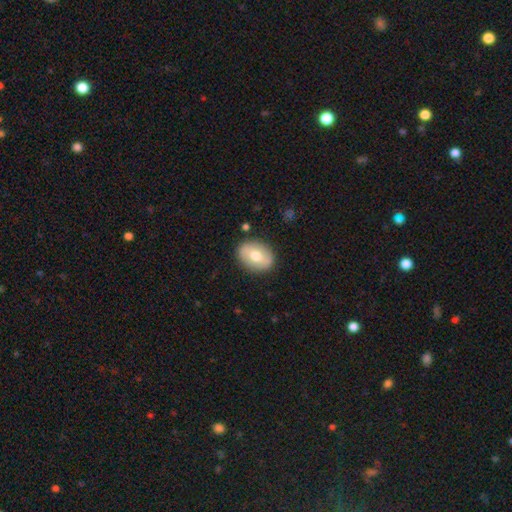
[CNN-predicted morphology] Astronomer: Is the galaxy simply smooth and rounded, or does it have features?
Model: smooth — 60%.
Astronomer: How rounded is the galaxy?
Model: in between — 66%.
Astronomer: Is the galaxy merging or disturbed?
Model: none — 86%.